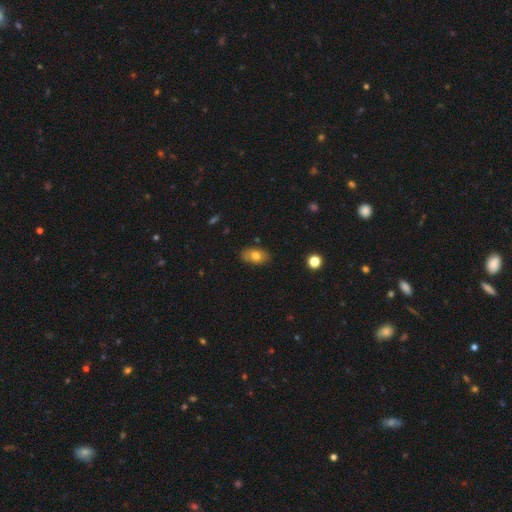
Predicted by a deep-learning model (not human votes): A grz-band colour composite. It shows a smooth galaxy with no disk features (74%) that is in between round and cigar-shaped (87%). Merging: none (81%).